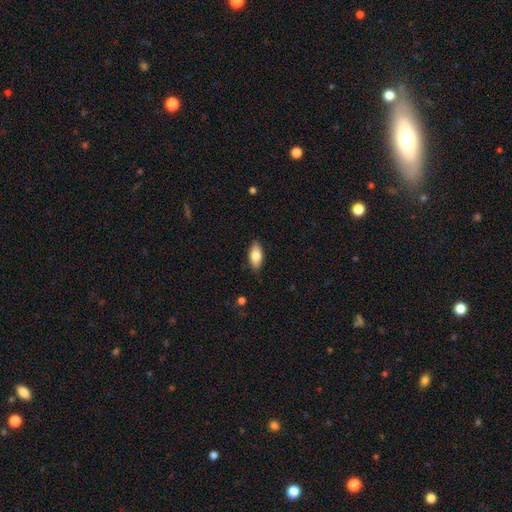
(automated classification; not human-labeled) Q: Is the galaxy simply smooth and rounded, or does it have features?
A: smooth — 80%.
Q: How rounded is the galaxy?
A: in between — 87%.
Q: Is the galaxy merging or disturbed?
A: none — 85%.